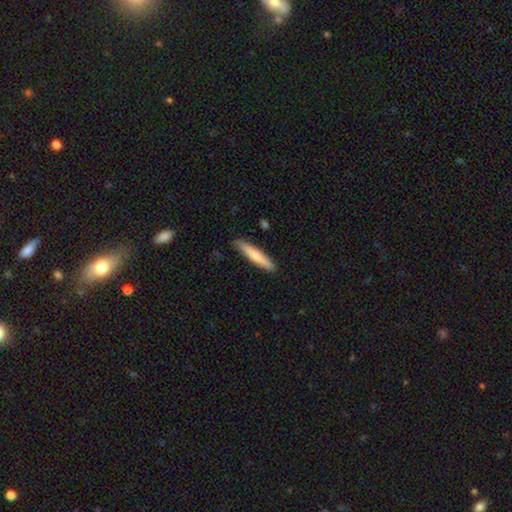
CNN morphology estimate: Smooth or featured? Predicted: smooth (p=0.75). How rounded? Predicted: cigar-shaped (p=0.91). Merging? Predicted: none (p=0.88).